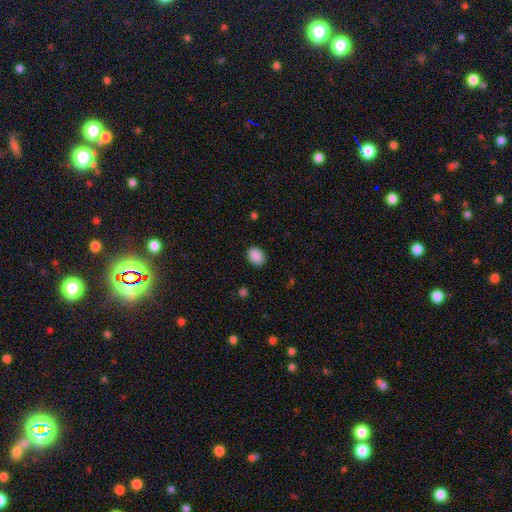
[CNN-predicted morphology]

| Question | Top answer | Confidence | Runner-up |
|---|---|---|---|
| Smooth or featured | smooth | 89% | star or artifact (8%) |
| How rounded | in between | 66% | round (33%) |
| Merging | none | 86% | minor disturbance (10%) |